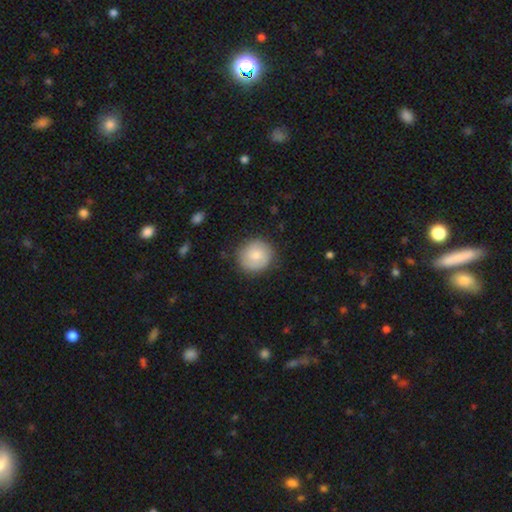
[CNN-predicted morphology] Smooth or featured? smooth (75%)
How rounded? round (91%)
Merging? none (84%)